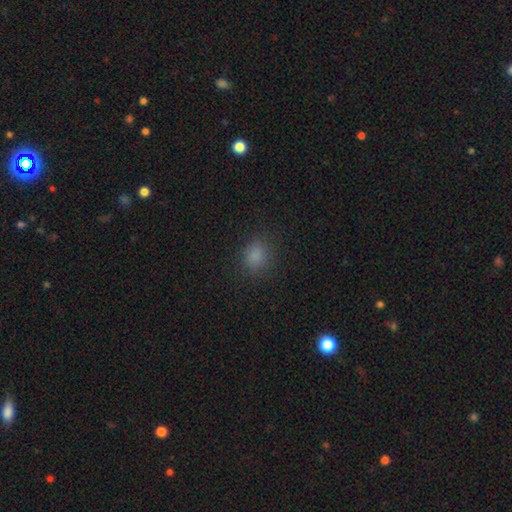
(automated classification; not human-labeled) Smooth or featured? smooth (82%)
How rounded? round (55%)
Merging? none (84%)